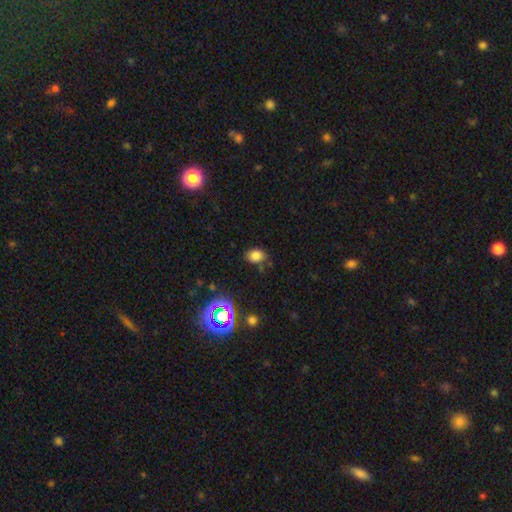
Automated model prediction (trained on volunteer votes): This appears to be a smooth galaxy with no disk features (78%) that is in between round and cigar-shaped (70%). Merging: none (75%).